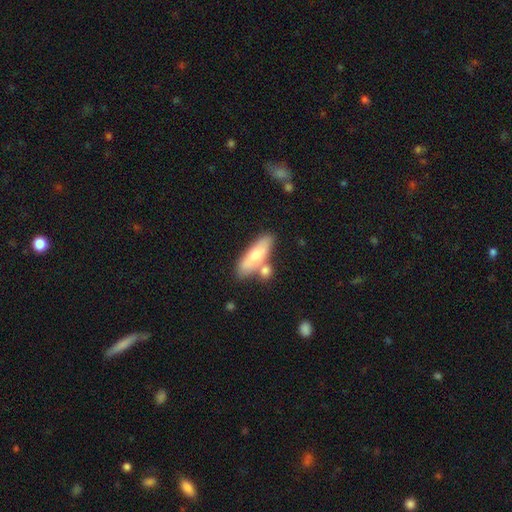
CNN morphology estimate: Smooth or featured?
  - smooth: 67% *
  - featured or disk: 27%
  - star or artifact: 6%
How rounded?
  - cigar-shaped: 50% *
  - in between: 48%
  - round: 3%
Merging?
  - none: 59% *
  - merger: 23%
  - minor disturbance: 14%
  - major disturbance: 4%